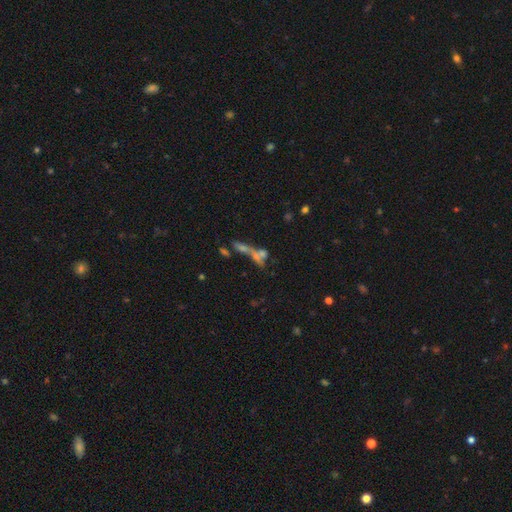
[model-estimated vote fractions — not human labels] A featured or disk galaxy (38%).

Vote fractions:
- Smooth or featured? featured or disk: 38% / smooth: 37% / star or artifact: 25%
- Merging? merger: 49% / none: 31% / major disturbance: 11% / minor disturbance: 9%